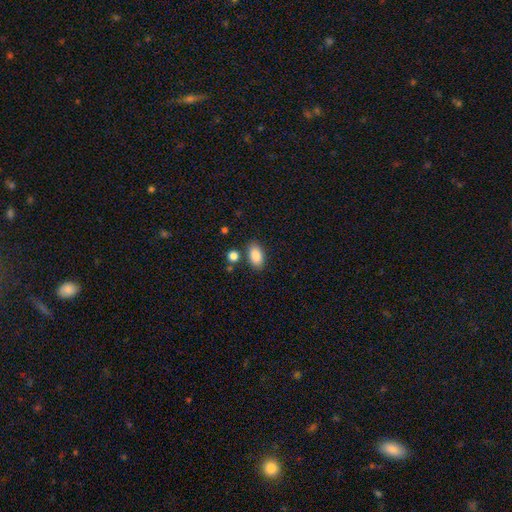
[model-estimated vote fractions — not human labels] smooth 87%, star or artifact 7%, featured or disk 5%. Down the decision tree: how rounded — in between (91%); merging — none (81%).